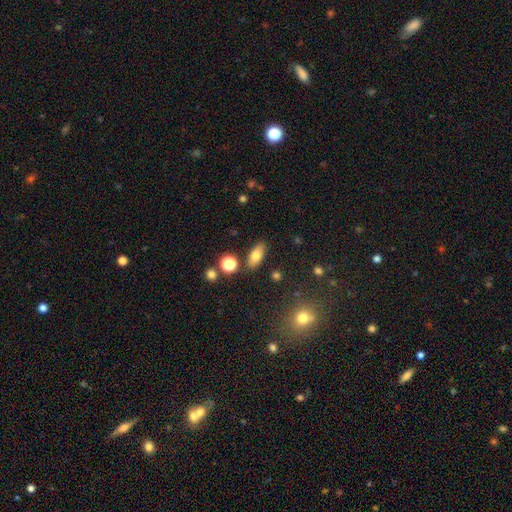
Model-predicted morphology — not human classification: smooth-or-featured: smooth: 75% | featured or disk: 15% | star or artifact: 10%
  how-rounded: in between: 81% | cigar-shaped: 12% | round: 7%
  merging: none: 83% | minor disturbance: 10% | merger: 4% | major disturbance: 3%